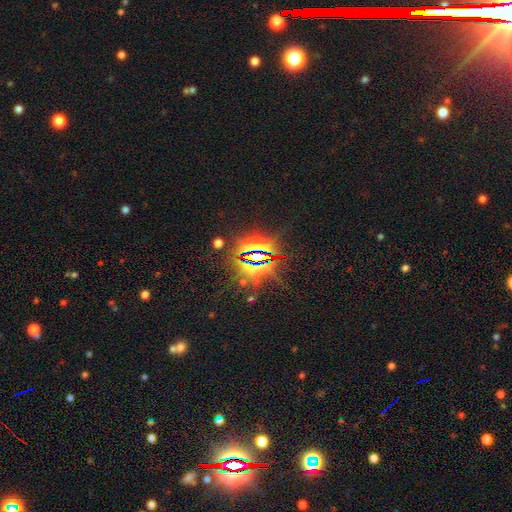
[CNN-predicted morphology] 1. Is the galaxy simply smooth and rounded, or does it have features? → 82% star or artifact, 10% smooth, 8% featured or disk.